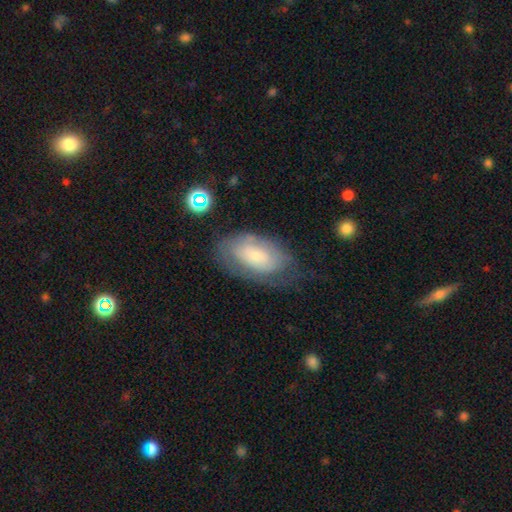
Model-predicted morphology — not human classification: The model was most divided on "smooth or featured": smooth: 49%, featured or disk: 43%, star or artifact: 8%. More confident: merging — none (57%).